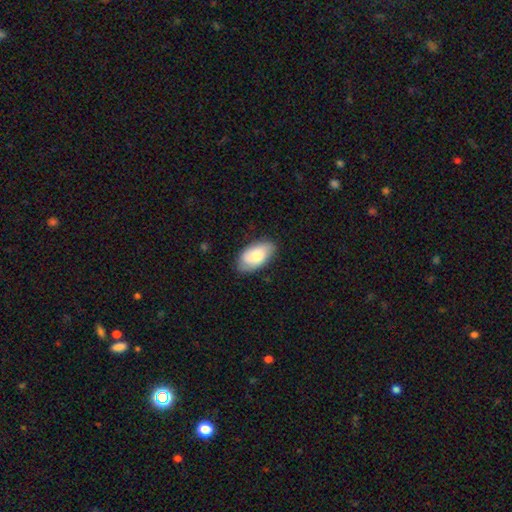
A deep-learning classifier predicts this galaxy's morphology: smooth 70%, featured or disk 24%, star or artifact 6%. Down the decision tree: how rounded — in between (94%); merging — none (79%).